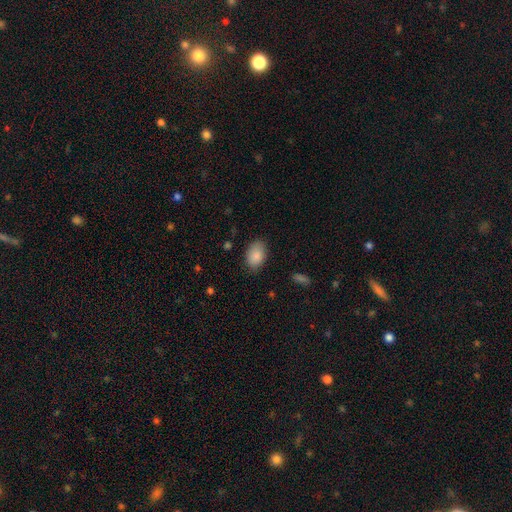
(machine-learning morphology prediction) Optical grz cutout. It shows a smooth galaxy with no disk features (87%) that is in between round and cigar-shaped (86%). Merging: none (80%).